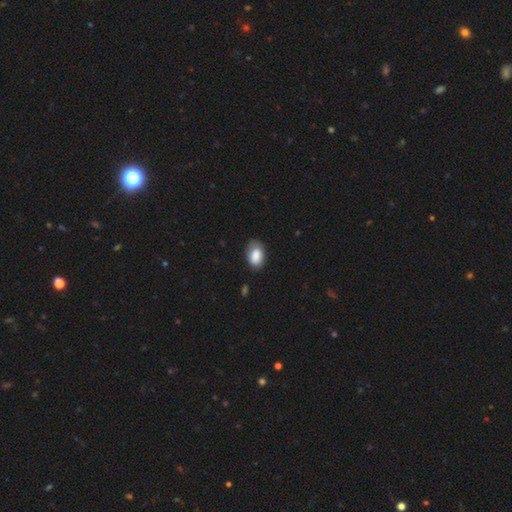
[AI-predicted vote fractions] This appears to be a smooth galaxy with no disk features (86%) that is in between round and cigar-shaped (90%). Merging: none (71%).